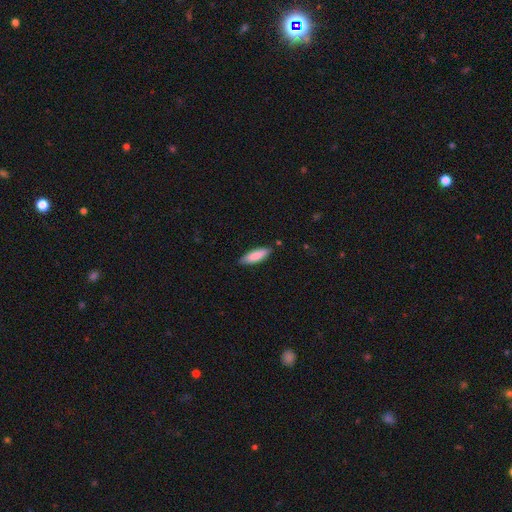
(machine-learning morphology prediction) Smooth or featured: smooth — 86% (featured or disk — 8%)
How rounded: in between — 54% (cigar-shaped — 45%)
Merging: none — 85% (minor disturbance — 12%)